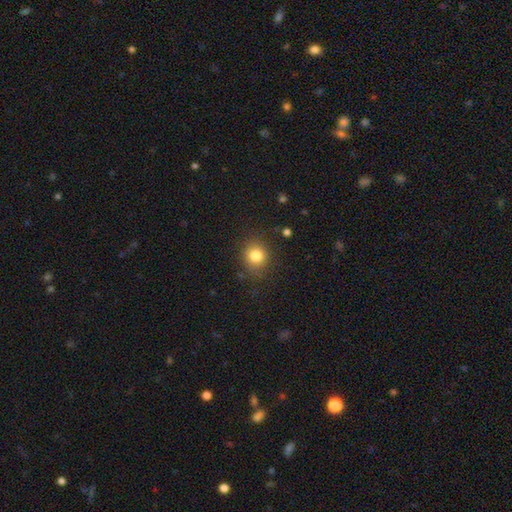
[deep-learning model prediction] Smooth or featured? Predicted: smooth (p=0.82). How rounded? Predicted: round (p=0.83). Merging? Predicted: none (p=0.84).